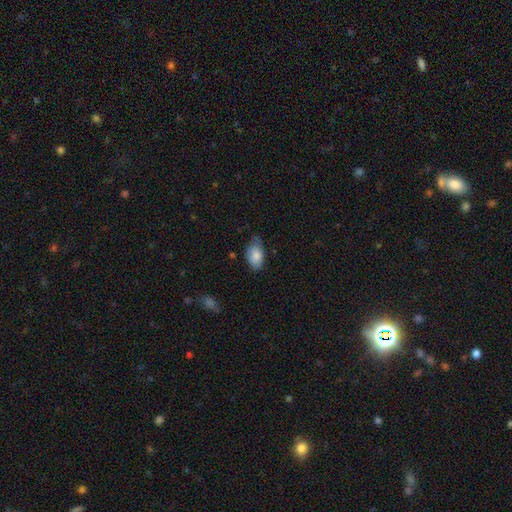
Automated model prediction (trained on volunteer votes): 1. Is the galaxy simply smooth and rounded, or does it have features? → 85% smooth, 8% featured or disk, 7% star or artifact.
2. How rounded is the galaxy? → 92% in between, 7% round, 1% cigar-shaped.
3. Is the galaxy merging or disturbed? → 61% none, 32% minor disturbance, 6% major disturbance, 2% merger.